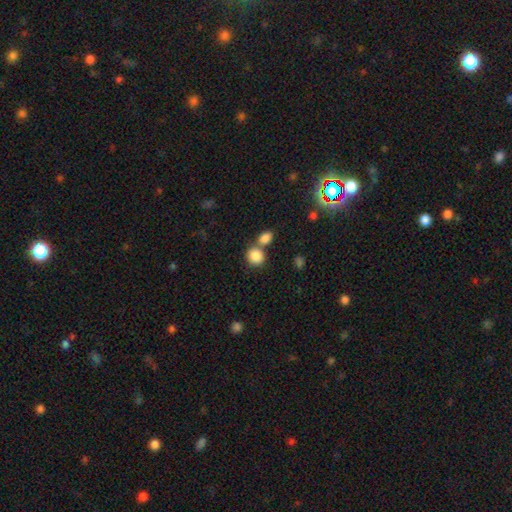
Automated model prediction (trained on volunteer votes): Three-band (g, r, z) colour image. It shows a smooth galaxy with no disk features (86%) that is round (75%). Merging: none (51%).